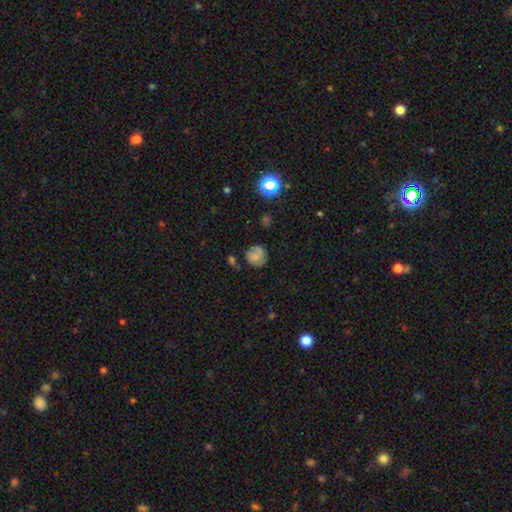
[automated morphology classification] Overall: smooth (67%). How rounded: round (84%). Merging: none (60%; minor disturbance 23%).